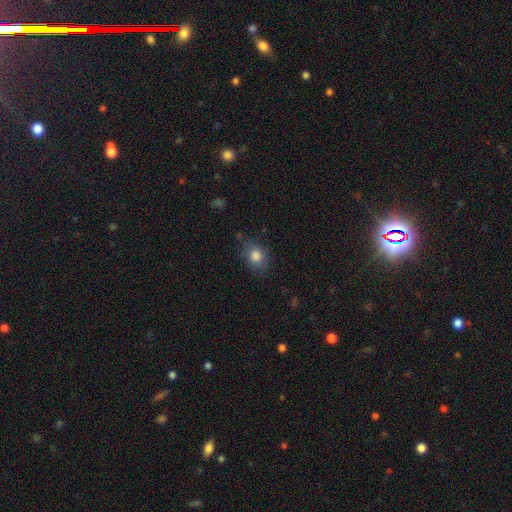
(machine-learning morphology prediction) smooth 83%, star or artifact 9%, featured or disk 8%. Down the decision tree: how rounded — in between (53%); merging — none (78%).